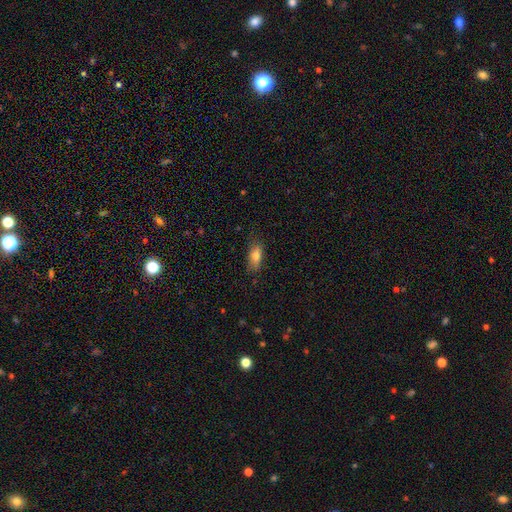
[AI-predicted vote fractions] Smooth or featured? smooth (78%)
How rounded? in between (78%)
Merging? none (76%)